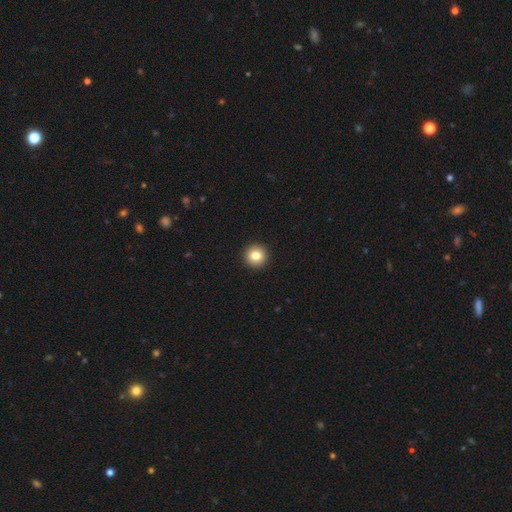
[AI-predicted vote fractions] smooth-or-featured: smooth: 83% | star or artifact: 10% | featured or disk: 7%
  how-rounded: round: 96% | in between: 3% | cigar-shaped: 1%
  merging: none: 94% | minor disturbance: 4% | major disturbance: 1% | merger: 1%